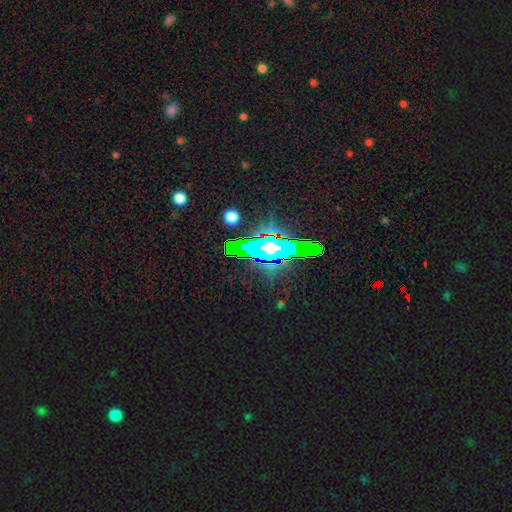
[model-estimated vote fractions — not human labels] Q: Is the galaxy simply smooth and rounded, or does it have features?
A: star or artifact — 76%.